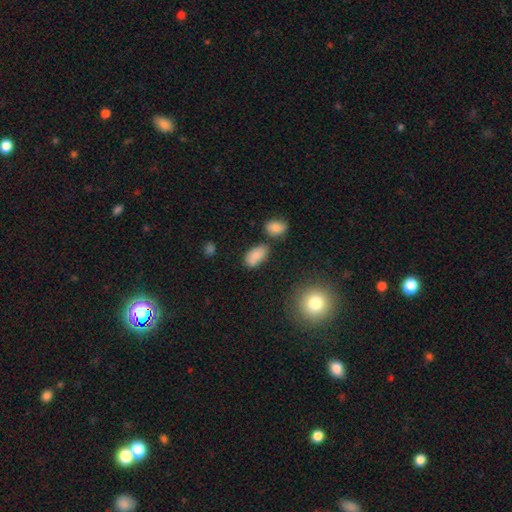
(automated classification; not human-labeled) Morphology: type=smooth (84%); roundness=in between (93%); merging=none (70%).